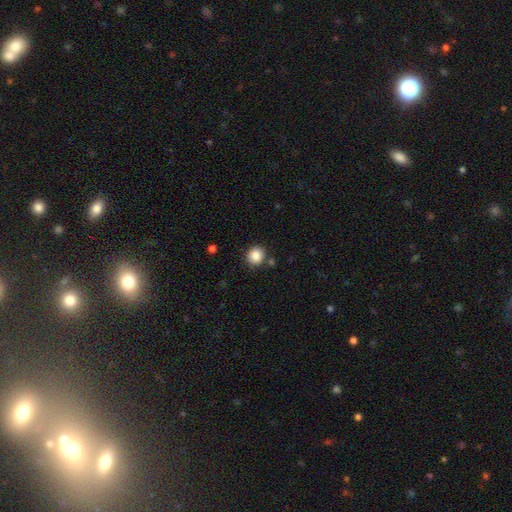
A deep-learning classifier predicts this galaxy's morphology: smooth-or-featured: smooth: 86% | star or artifact: 10% | featured or disk: 4%
  how-rounded: round: 86% | in between: 13% | cigar-shaped: 1%
  merging: none: 84% | minor disturbance: 9% | merger: 5% | major disturbance: 3%